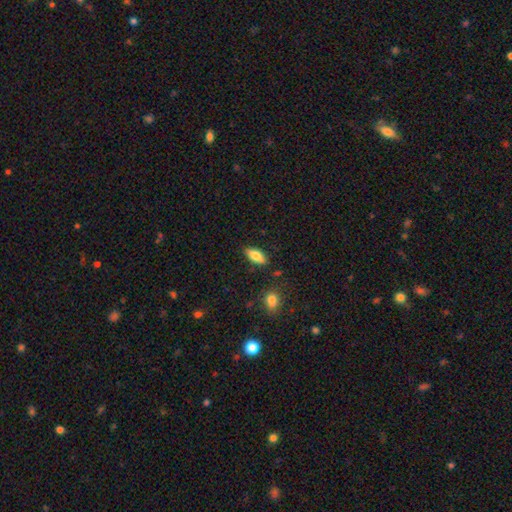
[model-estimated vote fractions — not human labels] Overall: smooth (77%). How rounded: in between (84%). Merging: none (84%).